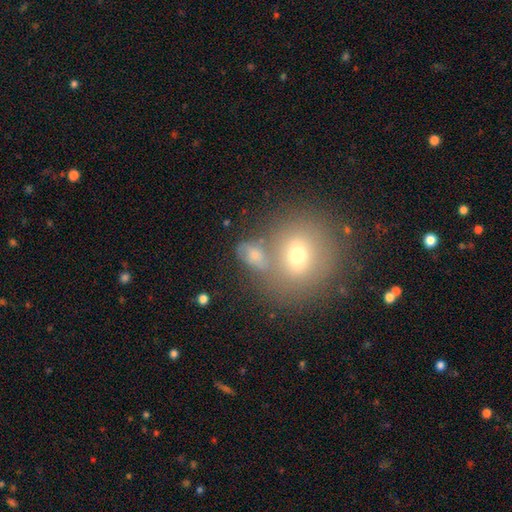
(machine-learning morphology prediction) Smooth or featured? Predicted: smooth (p=0.61). How rounded? Predicted: in between (p=0.55). Merging? Predicted: none (p=0.43).